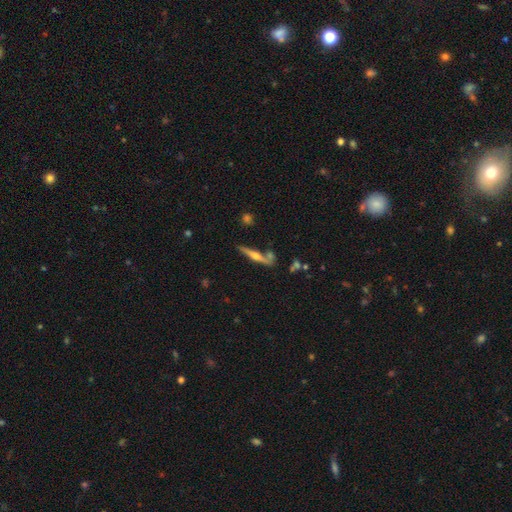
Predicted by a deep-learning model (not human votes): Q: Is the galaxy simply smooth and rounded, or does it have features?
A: featured or disk — 69%.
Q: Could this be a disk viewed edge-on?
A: yes — 95%.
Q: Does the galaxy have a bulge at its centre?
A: rounded — 89%.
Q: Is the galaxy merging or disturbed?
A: none — 68%.